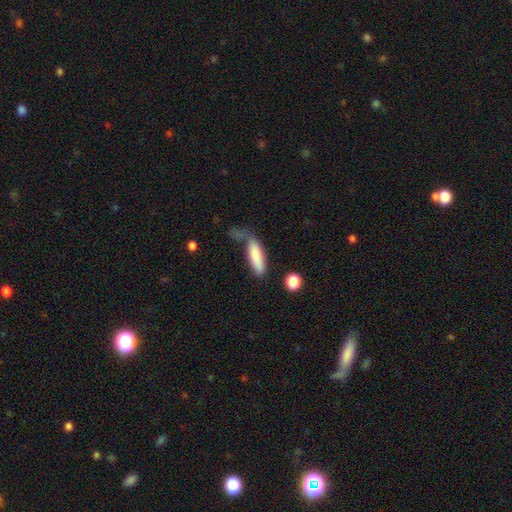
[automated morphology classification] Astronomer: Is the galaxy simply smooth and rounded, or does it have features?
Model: smooth — 82%.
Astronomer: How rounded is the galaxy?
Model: cigar-shaped — 55% (runner-up: in between, 43%).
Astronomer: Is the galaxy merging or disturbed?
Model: none — 41% (runner-up: minor disturbance, 26%).